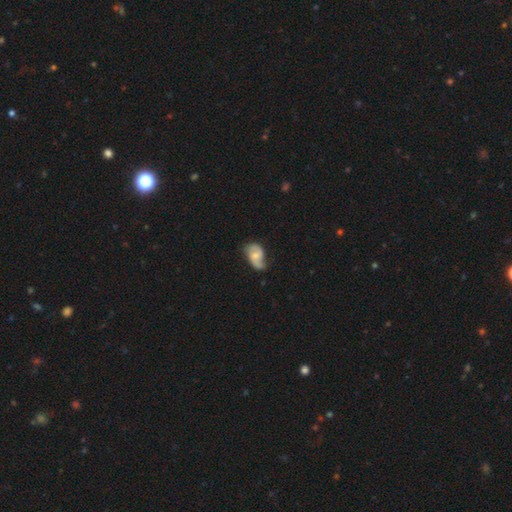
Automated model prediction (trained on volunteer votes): The model was most divided on "bulge size": moderate: 45%, small: 44%, none: 7%, large: 3%, dominant: 1%. Remaining: edge-on disk — no (97%); spiral arms — yes (88%); spiral arm count — 2 (78%); smooth or featured — featured or disk (62%); bar — no (59%); merging — none (47%); spiral winding — loose (44%).